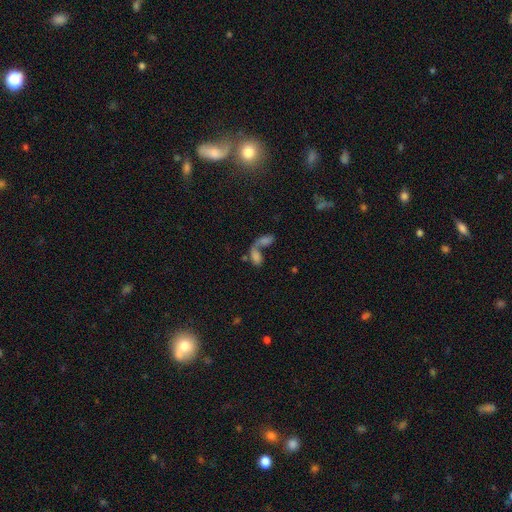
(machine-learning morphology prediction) type=smooth (59%); roundness=in between (80%); merging=merger (64%).